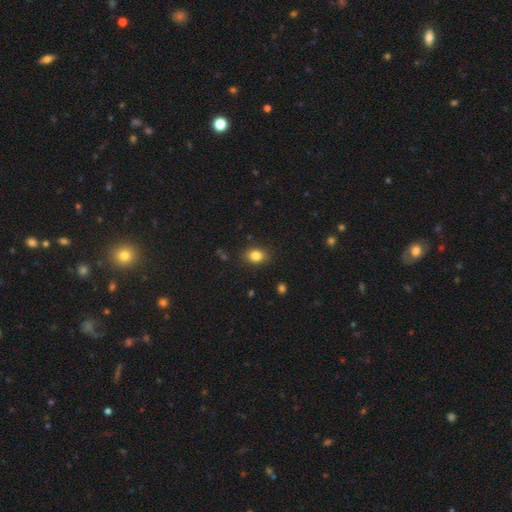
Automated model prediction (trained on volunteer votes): Smooth or featured? smooth (84%)
How rounded? in between (69%)
Merging? none (86%)